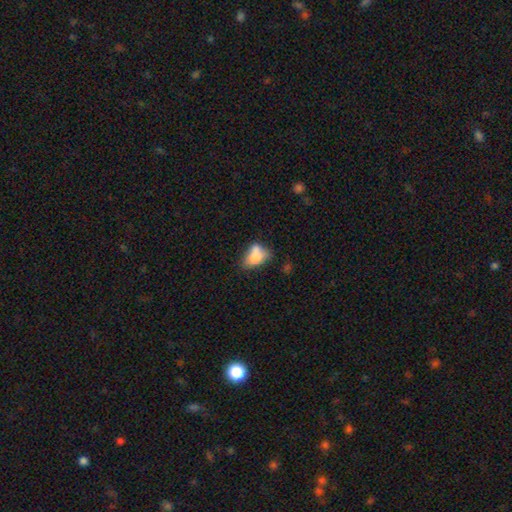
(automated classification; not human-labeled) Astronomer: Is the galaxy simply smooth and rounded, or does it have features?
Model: smooth — 71%.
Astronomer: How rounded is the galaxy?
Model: in between — 84%.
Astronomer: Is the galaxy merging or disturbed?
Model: none — 33% (runner-up: minor disturbance, 27%).